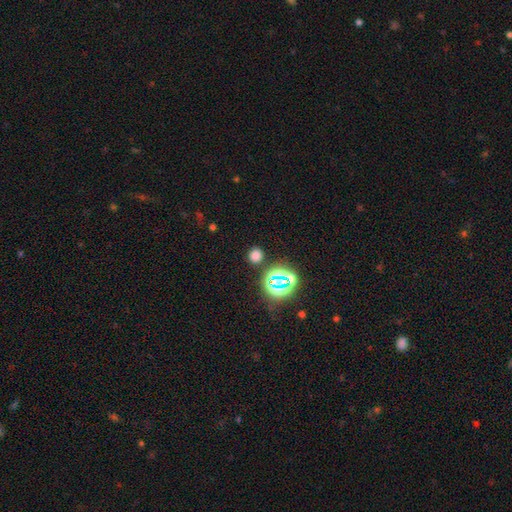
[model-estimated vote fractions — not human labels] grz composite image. It shows a smooth galaxy with no disk features (68%) that is round (85%). Merging: none (86%).